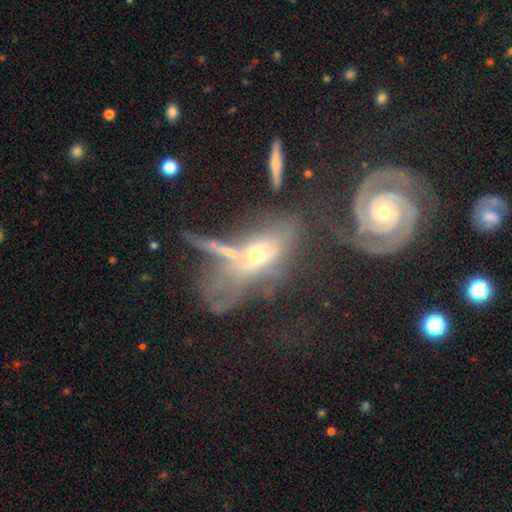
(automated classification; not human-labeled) Smooth or featured? Predicted: featured or disk (p=0.73). Edge-on disk? Predicted: no (p=0.84). Bar? Predicted: no (p=0.67). Spiral arms? Predicted: yes (p=0.80). Bulge size? Predicted: moderate (p=0.48). Merging? Predicted: none (p=0.34).